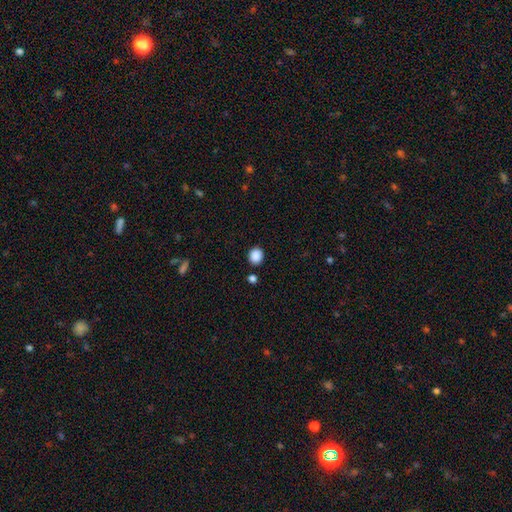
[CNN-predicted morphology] Smooth or featured: smooth — 88% (star or artifact — 9%)
How rounded: round — 73% (in between — 26%)
Merging: none — 86% (minor disturbance — 7%)